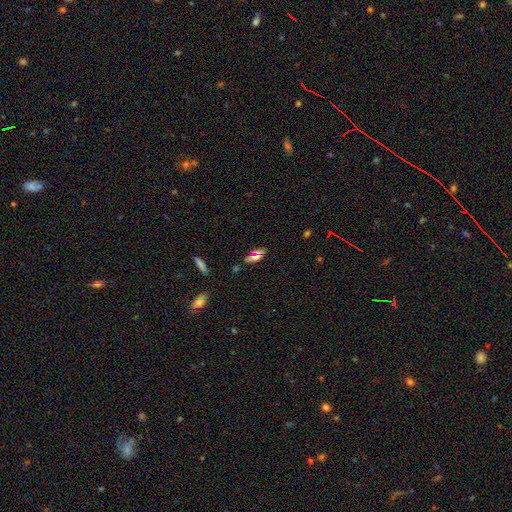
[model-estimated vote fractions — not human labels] Smooth or featured?
  - smooth: 52% *
  - featured or disk: 26%
  - star or artifact: 22%
How rounded?
  - in between: 67% *
  - cigar-shaped: 26%
  - round: 7%
Merging?
  - none: 80% *
  - minor disturbance: 12%
  - merger: 4%
  - major disturbance: 4%